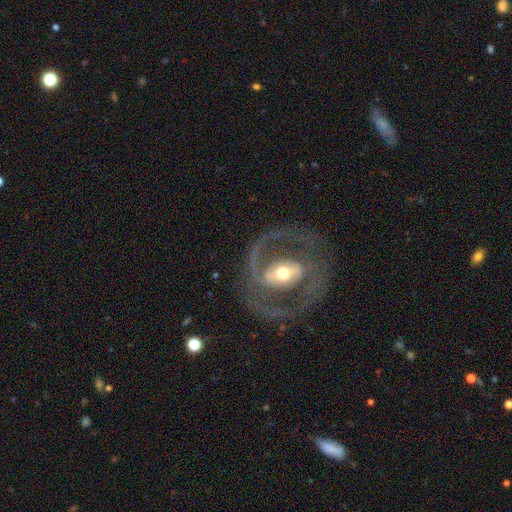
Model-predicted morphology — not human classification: A featured or disk galaxy (84%) with a strong bar (44%), 2 (81%) medium (44%) spiral arms (70%) and a moderate central bulge (61%).

Vote fractions:
- Smooth or featured? featured or disk: 84% / smooth: 11% / star or artifact: 6%
- Edge-on disk? no: 94% / yes: 6%
- Bar? strong: 44% / weak: 29% / no: 26%
- Spiral arms? yes: 70% / no: 30%
- Spiral winding? medium: 44% / tight: 40% / loose: 16%
- Spiral arm count? 2: 81% / can't tell: 9% / 1: 6% / 3: 2% / 4: 1% / more than 4: 1%
- Bulge size? moderate: 61% / small: 27% / large: 9% / dominant: 1% / none: 1%
- Merging? none: 76% / minor disturbance: 11% / major disturbance: 11% / merger: 2%